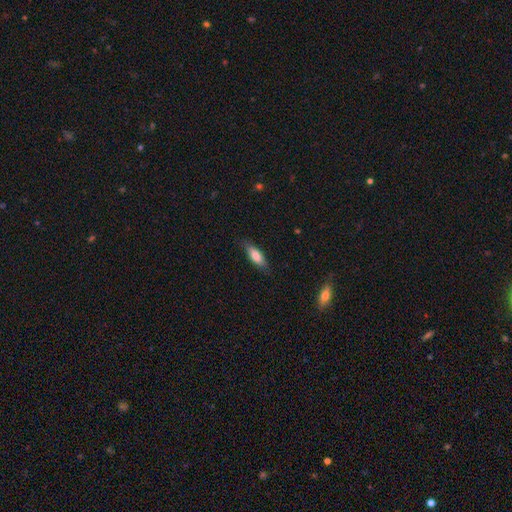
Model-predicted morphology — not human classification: A smooth galaxy with no disk features (77%) that is in between round and cigar-shaped (63%). Merging: none (81%).